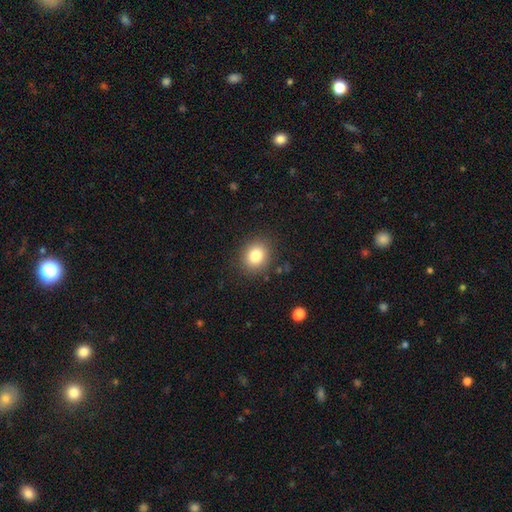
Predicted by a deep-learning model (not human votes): Overall: smooth (82%). How rounded: round (65%; in between 34%). Merging: none (87%).